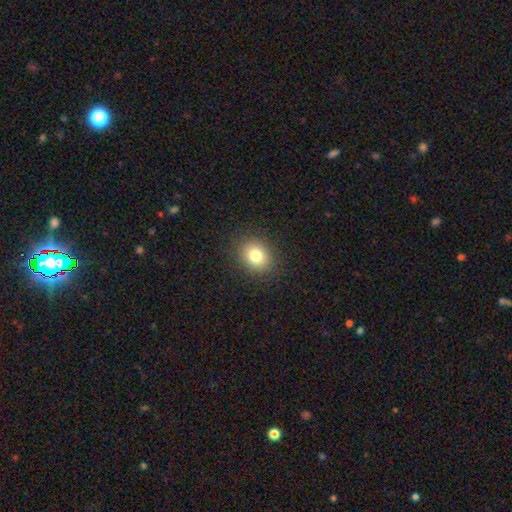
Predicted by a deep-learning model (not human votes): smooth_or_featured: smooth (p=0.80) [alt: star or artifact p=0.12]
how_rounded: round (p=0.55) [alt: in between p=0.45]
merging: none (p=0.89) [alt: minor disturbance p=0.07]